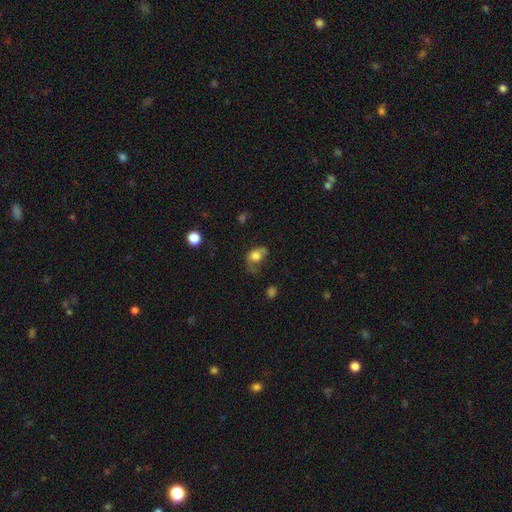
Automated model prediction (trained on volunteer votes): Smooth or featured: smooth — 74% (featured or disk — 16%)
How rounded: in between — 52% (round — 46%)
Merging: major disturbance — 35% (minor disturbance — 30%)